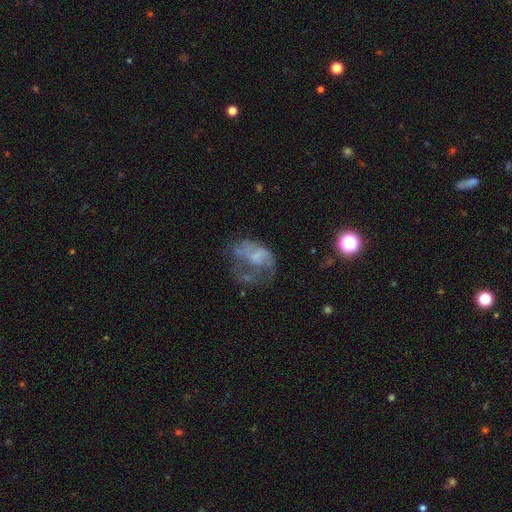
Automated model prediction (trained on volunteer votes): smooth_or_featured: featured or disk (p=0.55) [alt: smooth p=0.30]
disk_edge_on: no (p=0.98) [alt: yes p=0.02]
bar: no (p=0.79) [alt: weak p=0.17]
has_spiral_arms: no (p=0.70) [alt: yes p=0.30]
bulge_size: none (p=0.61) [alt: small p=0.17]
merging: major disturbance (p=0.46) [alt: none p=0.28]